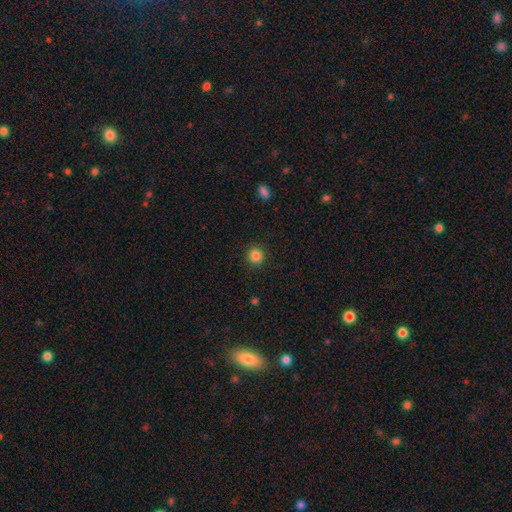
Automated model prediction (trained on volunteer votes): This is clearly a smooth galaxy (84%). How rounded: clearly round (94%). Merging: clearly none (92%).